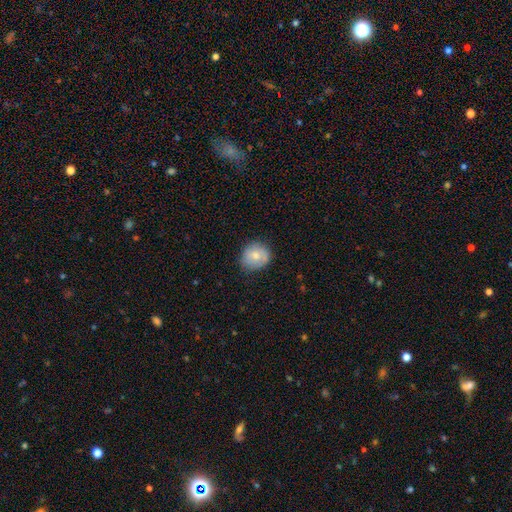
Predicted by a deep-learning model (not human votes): The model was most divided on "smooth or featured": smooth: 72%, featured or disk: 20%, star or artifact: 8%. More confident: how rounded — round (81%); merging — none (76%).